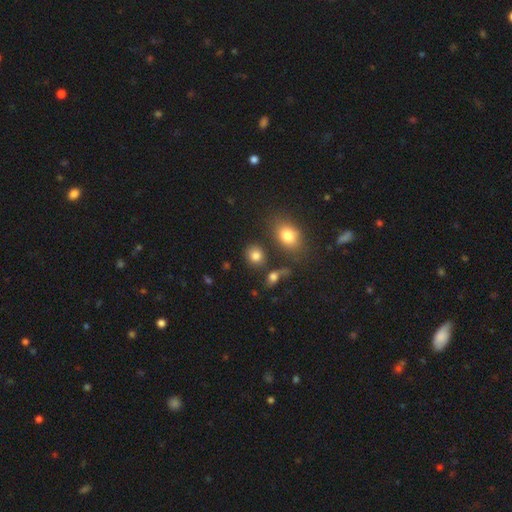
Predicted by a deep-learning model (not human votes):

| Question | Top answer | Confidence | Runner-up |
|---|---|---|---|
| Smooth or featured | smooth | 82% | star or artifact (11%) |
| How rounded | round | 72% | in between (27%) |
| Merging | none | 77% | minor disturbance (10%) |